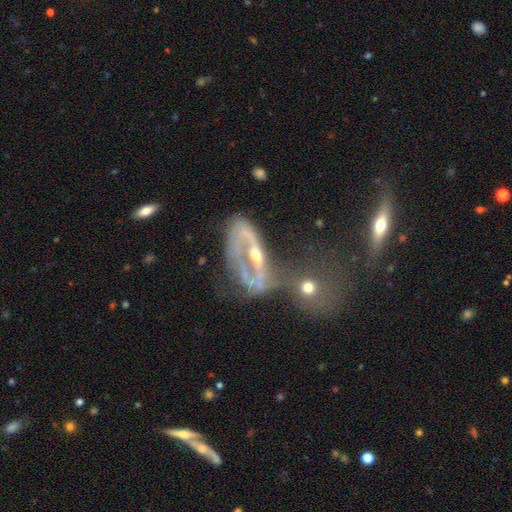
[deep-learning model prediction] The model was most divided on "spiral arms": yes: 52%, no: 48%. Remaining: edge-on disk — no (87%); smooth or featured — featured or disk (75%); bulge size — moderate (58%); bar — no (48%); merging — major disturbance (37%).